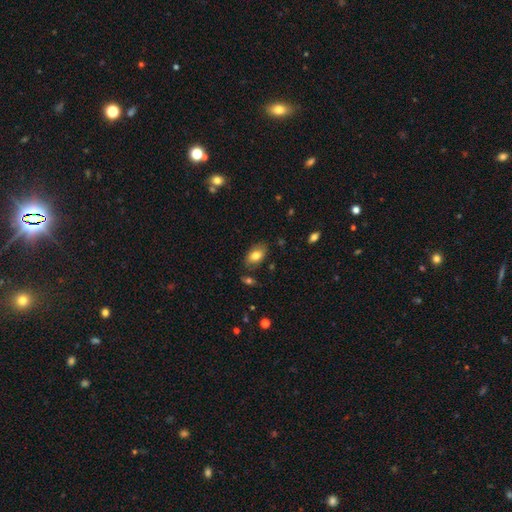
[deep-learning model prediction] smooth 78%, featured or disk 14%, star or artifact 8%. Down the decision tree: how rounded — in between (92%); merging — none (79%).